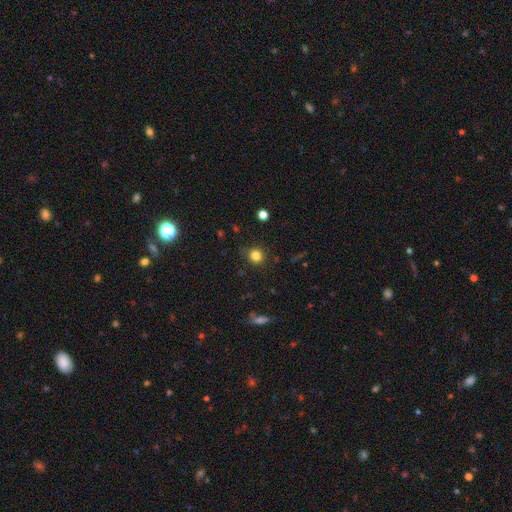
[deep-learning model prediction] Smooth or featured? Predicted: smooth (p=0.82). How rounded? Predicted: round (p=0.87). Merging? Predicted: none (p=0.84).